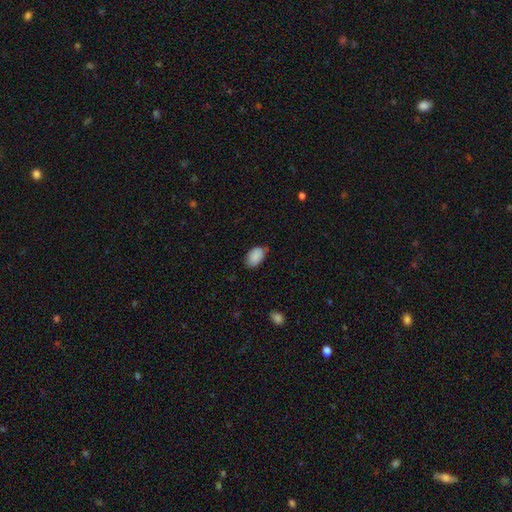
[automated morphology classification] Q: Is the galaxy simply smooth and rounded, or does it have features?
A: smooth — 89%.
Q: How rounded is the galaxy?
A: in between — 91%.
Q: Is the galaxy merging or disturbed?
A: none — 71%.